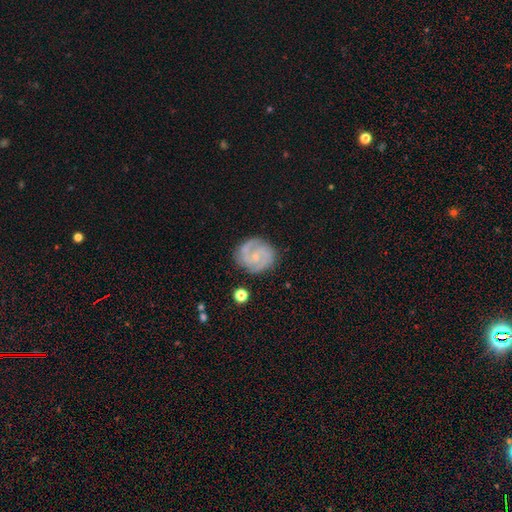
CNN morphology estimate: This is clearly a featured or disk galaxy (83%). It is clearly not viewed edge-on (98%). Bar: possibly no (59%). Spiral arm pattern: clearly yes (97%). Spiral arm count: possibly 2 (52%). Spiral winding: possibly tight (47%). Central bulge: likely small (73%). Merging: clearly none (81%).